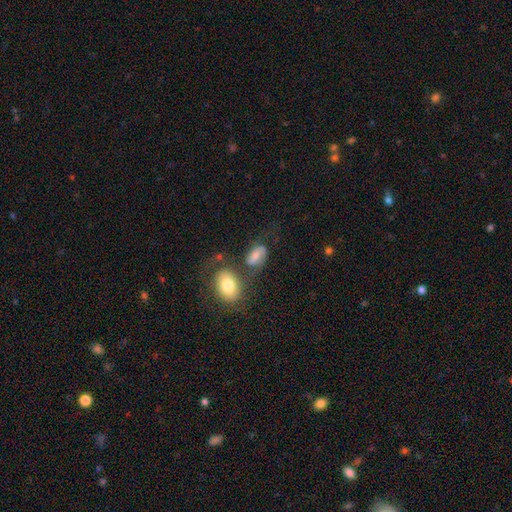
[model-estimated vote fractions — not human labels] Morphology: type=smooth (58%); roundness=in between (86%); merging=none (42%).